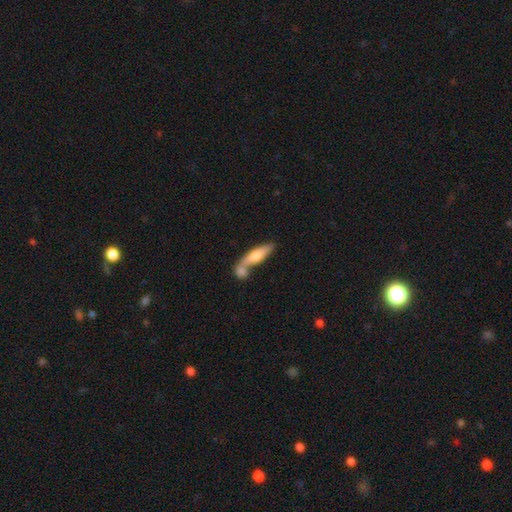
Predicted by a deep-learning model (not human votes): Smooth or featured: smooth — 63% (featured or disk — 31%)
How rounded: cigar-shaped — 56% (in between — 41%)
Merging: merger — 49% (none — 35%)